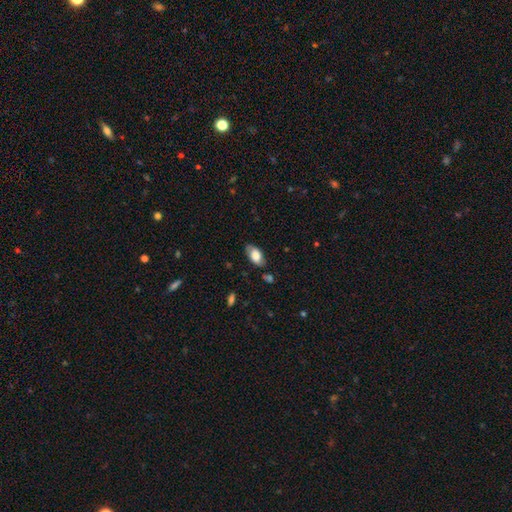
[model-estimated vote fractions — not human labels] Morphology: type=smooth (73%); roundness=in between (93%); merging=none (74%).